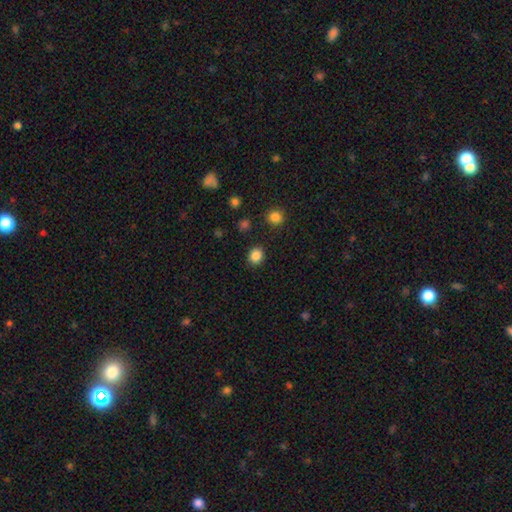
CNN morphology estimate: Q: Smooth or featured?
A: smooth (85%); runner-up: star or artifact (11%)
Q: How rounded?
A: round (79%); runner-up: in between (20%)
Q: Merging?
A: none (89%); runner-up: minor disturbance (6%)